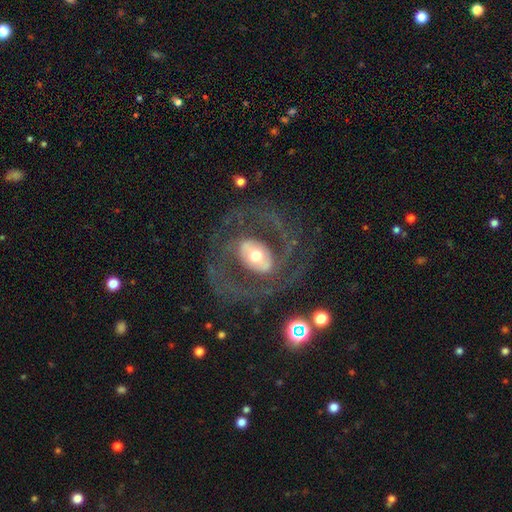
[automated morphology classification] Smooth or featured? featured or disk (82%)
Edge-on disk? no (96%)
Bar? no (37%)
Spiral arms? yes (81%)
Spiral winding? medium (49%)
Spiral arm count? 2 (76%)
Bulge size? moderate (60%)
Merging? none (71%)